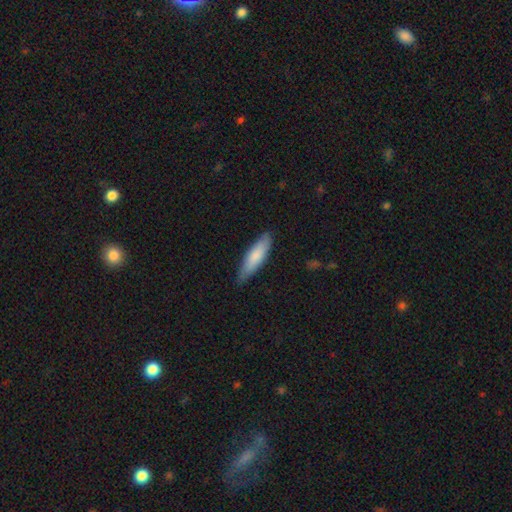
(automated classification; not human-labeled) A smooth galaxy with no disk features (79%) that is cigar-shaped (63%).

Vote fractions:
- Smooth or featured? smooth: 79% / featured or disk: 16% / star or artifact: 5%
- How rounded? cigar-shaped: 63% / in between: 35% / round: 1%
- Merging? none: 80% / minor disturbance: 17% / major disturbance: 2% / merger: 1%